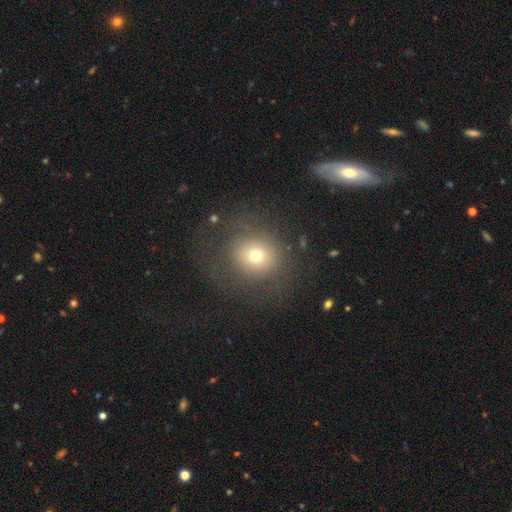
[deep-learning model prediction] A smooth galaxy with no disk features (68%) that is round (85%).

Vote fractions:
- Smooth or featured? smooth: 68% / star or artifact: 17% / featured or disk: 15%
- How rounded? round: 85% / in between: 14% / cigar-shaped: 1%
- Merging? none: 74% / minor disturbance: 13% / major disturbance: 12% / merger: 2%